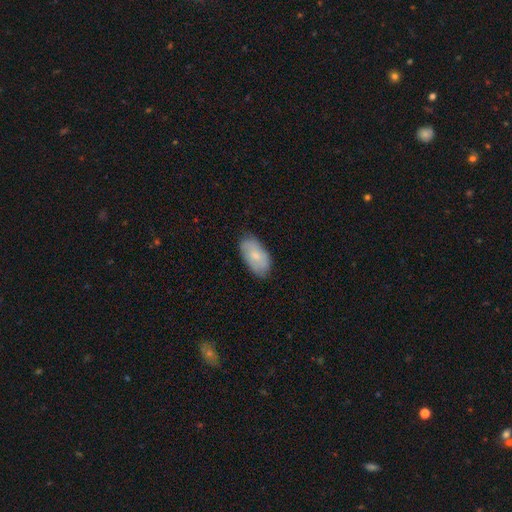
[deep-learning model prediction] Overall: smooth (73%). How rounded: in between (94%). Merging: none (78%).